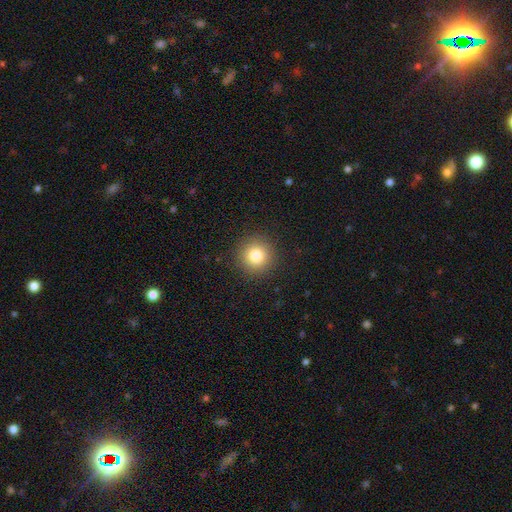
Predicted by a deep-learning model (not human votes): A smooth galaxy with no disk features (81%) that is round (95%).

Vote fractions:
- Smooth or featured? smooth: 81% / star or artifact: 12% / featured or disk: 7%
- How rounded? round: 95% / in between: 4% / cigar-shaped: 1%
- Merging? none: 91% / minor disturbance: 6% / major disturbance: 2% / merger: 1%